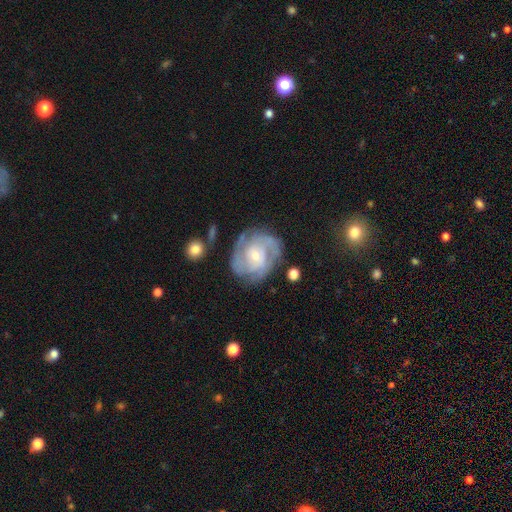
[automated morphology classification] Overall: featured or disk (86%). Edge-on disk: no (98%). Bar: no (67%; weak 27%). Spiral arms: yes (95%). Spiral arm count: 3 (29%; 2 26%). Spiral winding: tight (61%; medium 32%). Bulge size: small (65%; moderate 31%). Merging: none (74%).